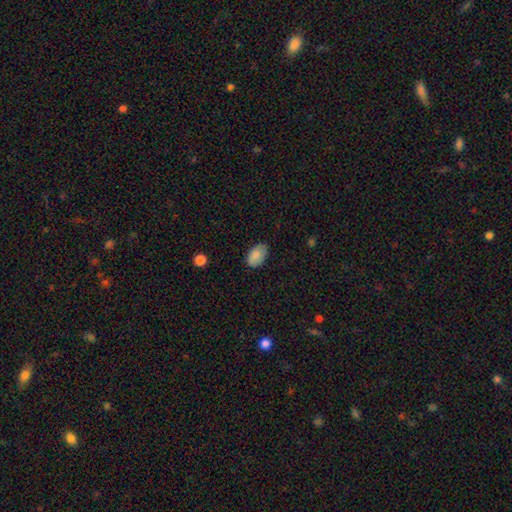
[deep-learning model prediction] smooth_or_featured: smooth (p=0.85) [alt: star or artifact p=0.08]
how_rounded: in between (p=0.93) [alt: round p=0.06]
merging: none (p=0.77) [alt: minor disturbance p=0.19]